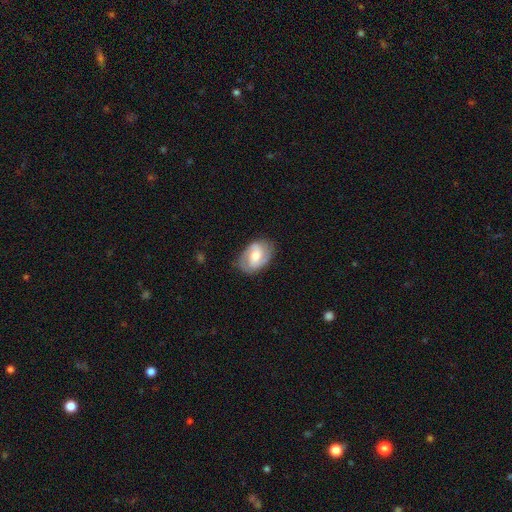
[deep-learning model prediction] Smooth or featured? Predicted: featured or disk (p=0.56). Edge-on disk? Predicted: no (p=0.96). Bar? Predicted: weak (p=0.45). Spiral arms? Predicted: yes (p=0.81). Bulge size? Predicted: moderate (p=0.61). Merging? Predicted: none (p=0.75).